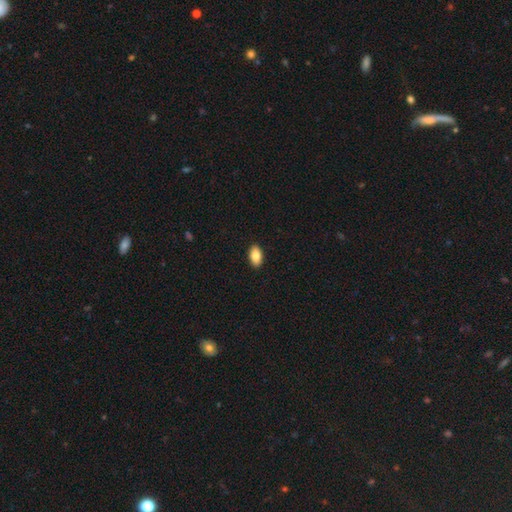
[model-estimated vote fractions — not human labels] A smooth galaxy with no disk features (84%) that is in between round and cigar-shaped (93%). Merging: none (91%).